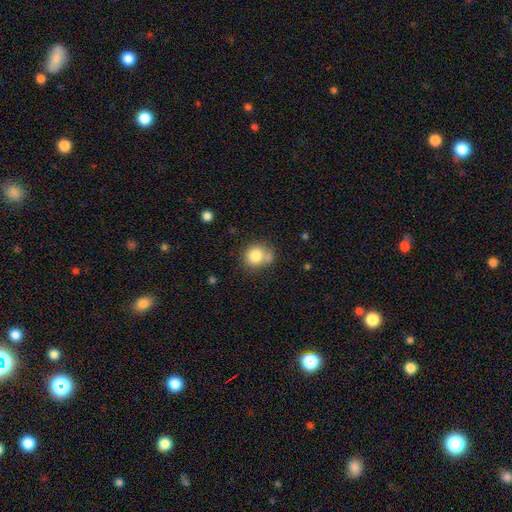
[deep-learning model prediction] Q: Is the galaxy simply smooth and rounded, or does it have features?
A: smooth — 80%.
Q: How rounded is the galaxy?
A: round — 80%.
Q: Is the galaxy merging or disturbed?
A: none — 57%.